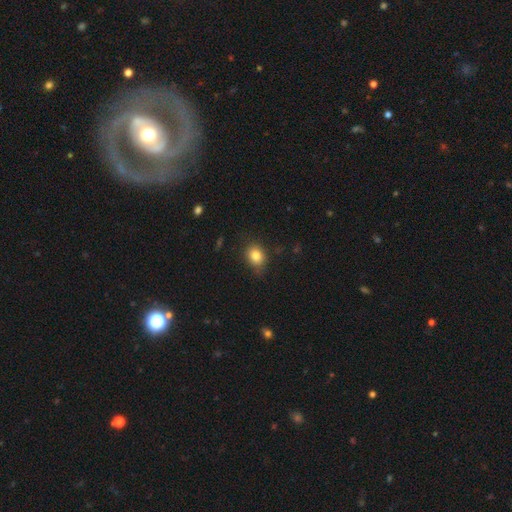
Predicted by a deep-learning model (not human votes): The model was most divided on "how rounded": round: 51%, in between: 48%, cigar-shaped: 1%. More confident: smooth or featured — smooth (83%); merging — none (76%).